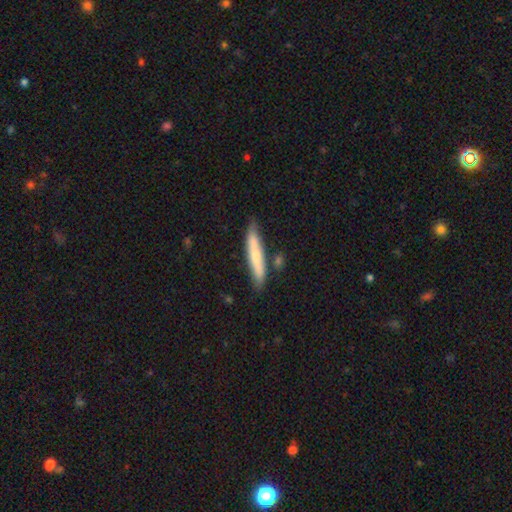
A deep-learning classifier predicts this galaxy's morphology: Smooth or featured? smooth (62%)
How rounded? cigar-shaped (89%)
Merging? none (75%)